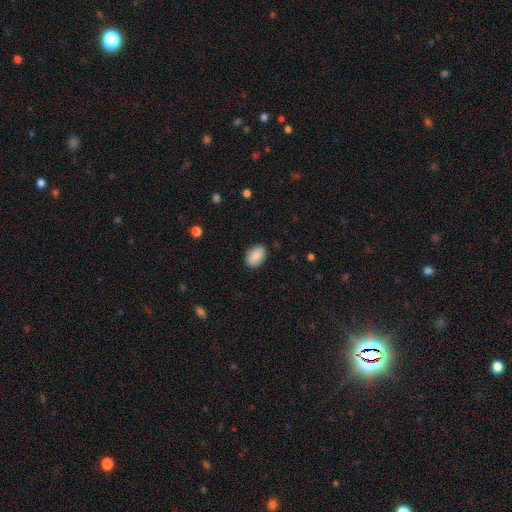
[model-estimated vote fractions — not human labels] Smooth or featured? Predicted: smooth (p=0.88). How rounded? Predicted: in between (p=0.86). Merging? Predicted: none (p=0.87).